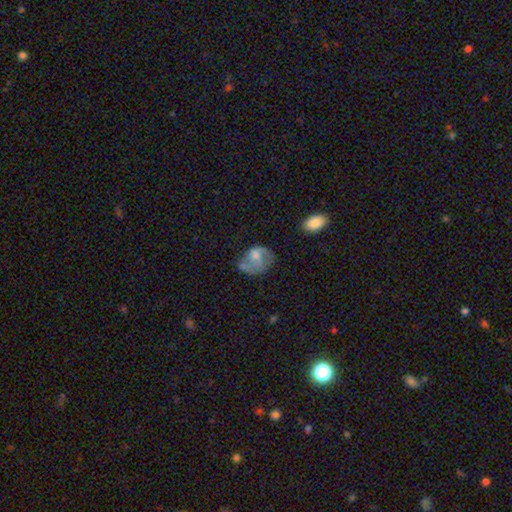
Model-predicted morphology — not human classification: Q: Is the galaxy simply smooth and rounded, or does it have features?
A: smooth — 47%.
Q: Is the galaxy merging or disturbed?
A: none — 37%.